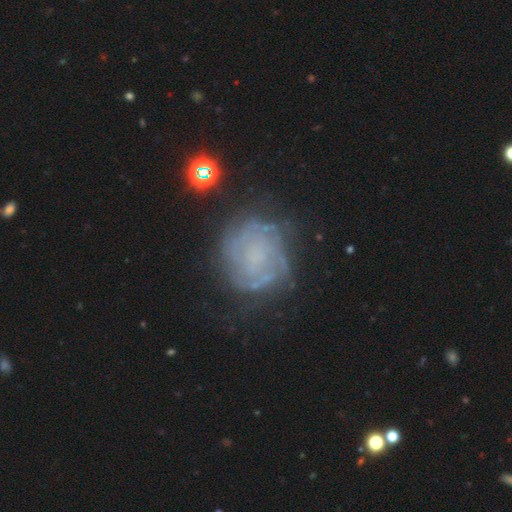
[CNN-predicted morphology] smooth-or-featured: featured or disk: 71% | smooth: 17% | star or artifact: 12%
  disk-edge-on: no: 98% | yes: 2%
    bar: no: 81% | weak: 15% | strong: 4%
    has-spiral-arms: yes: 79% | no: 21%
      spiral-winding: tight: 65% | medium: 25% | loose: 10%
      spiral-arm-count: can't tell: 51% | 2: 15% | 3: 13% | 4: 9% | more than 4: 6% | 1: 6%
    bulge-size: none: 61% | small: 24% | moderate: 10% | large: 4% | dominant: 1%
  merging: none: 67% | minor disturbance: 18% | major disturbance: 12% | merger: 3%